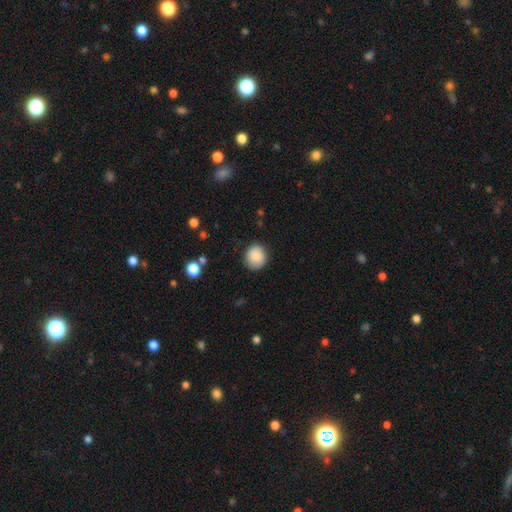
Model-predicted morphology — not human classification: A smooth galaxy with no disk features (87%) that is round (81%).

Vote fractions:
- Smooth or featured? smooth: 87% / star or artifact: 8% / featured or disk: 5%
- How rounded? round: 81% / in between: 18% / cigar-shaped: 1%
- Merging? none: 85% / minor disturbance: 11% / major disturbance: 3% / merger: 1%